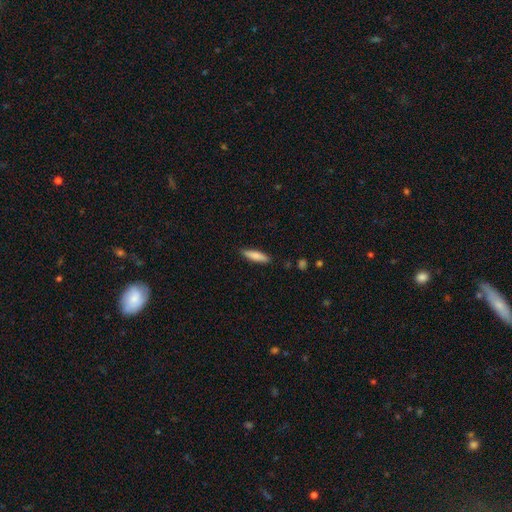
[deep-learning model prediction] Smooth or featured? Predicted: smooth (p=0.81). How rounded? Predicted: cigar-shaped (p=0.75). Merging? Predicted: none (p=0.88).